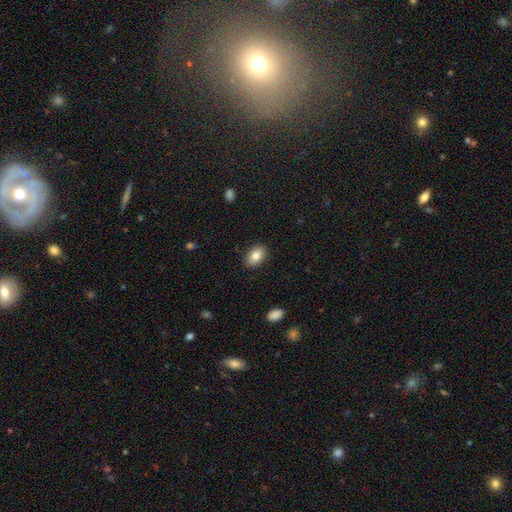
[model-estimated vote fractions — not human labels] The model was most divided on "smooth or featured": smooth: 85%, featured or disk: 8%, star or artifact: 7%. More confident: how rounded — in between (90%); merging — none (88%).